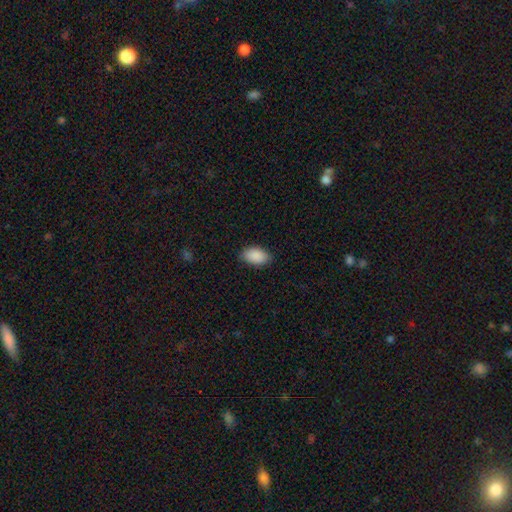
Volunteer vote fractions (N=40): Volunteers were most divided on "merging": none: 73%, minor disturbance: 19%, major disturbance: 5%, merger: 3%. More confident: smooth or featured — smooth (90%); how rounded — in between (89%).